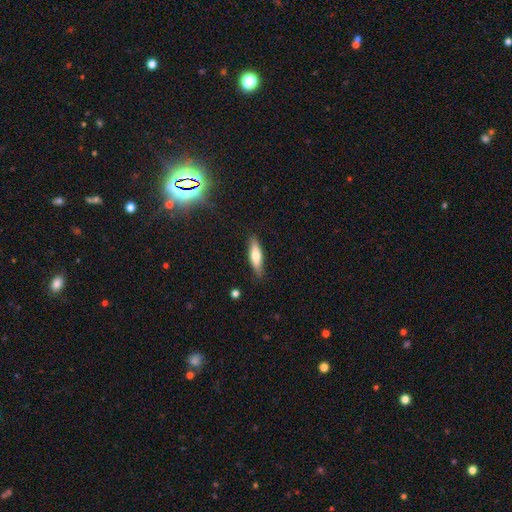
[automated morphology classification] smooth 67%, featured or disk 27%, star or artifact 7%. Down the decision tree: how rounded — cigar-shaped (65%); merging — none (85%).